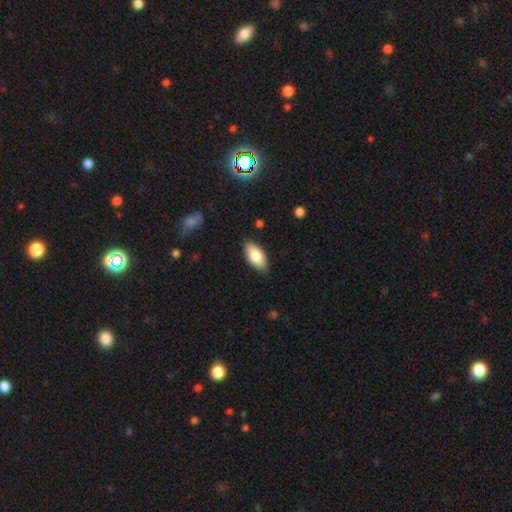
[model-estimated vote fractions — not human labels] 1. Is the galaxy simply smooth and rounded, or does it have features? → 79% smooth, 15% featured or disk, 6% star or artifact.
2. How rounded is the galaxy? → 92% in between, 6% cigar-shaped, 3% round.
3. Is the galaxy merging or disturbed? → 83% none, 14% minor disturbance, 2% major disturbance, 1% merger.